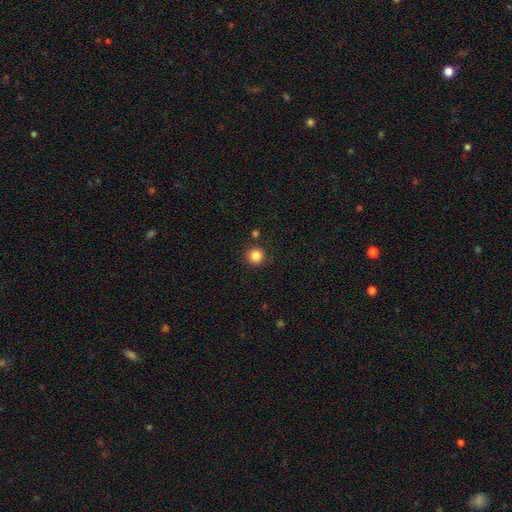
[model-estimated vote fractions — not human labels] Smooth or featured? Predicted: smooth (p=0.85). How rounded? Predicted: round (p=0.94). Merging? Predicted: none (p=0.87).